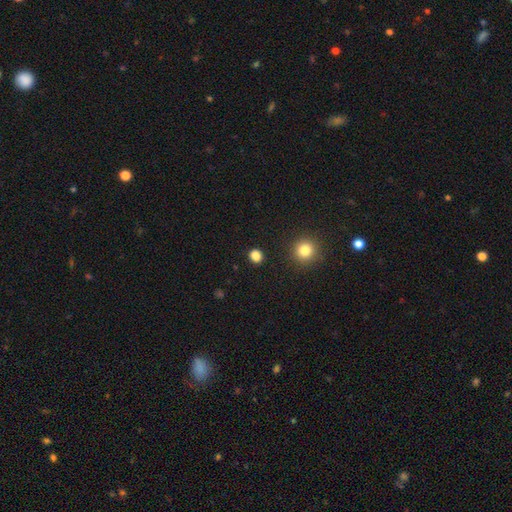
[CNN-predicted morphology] Q: Smooth or featured?
A: smooth (83%); runner-up: star or artifact (14%)
Q: How rounded?
A: round (76%); runner-up: in between (23%)
Q: Merging?
A: none (90%); runner-up: minor disturbance (6%)